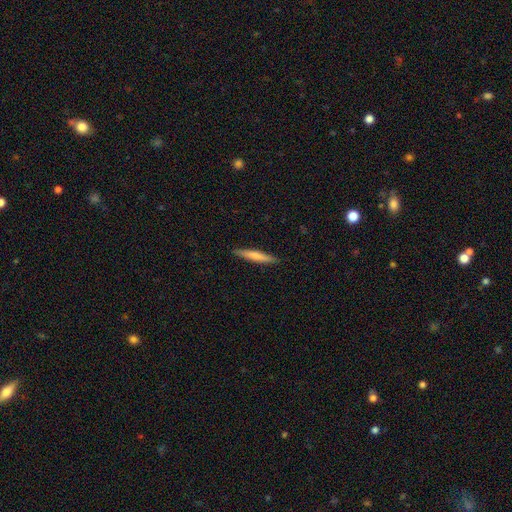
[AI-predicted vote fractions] Overall: smooth (64%; featured or disk 31%). How rounded: cigar-shaped (94%). Merging: none (90%).